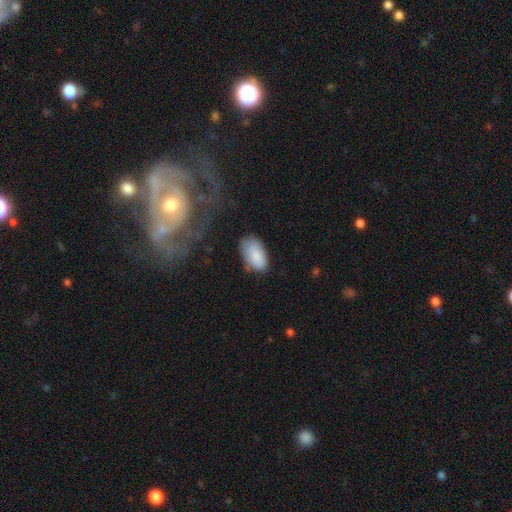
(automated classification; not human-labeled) smooth_or_featured: smooth (p=0.86) [alt: featured or disk p=0.08]
how_rounded: in between (p=0.95) [alt: round p=0.03]
merging: none (p=0.66) [alt: minor disturbance p=0.25]